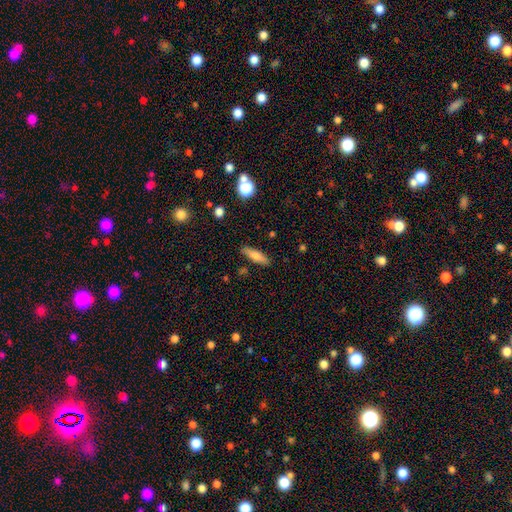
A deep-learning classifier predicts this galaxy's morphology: A smooth galaxy with no disk features (74%) that is cigar-shaped (60%). Merging: none (84%).